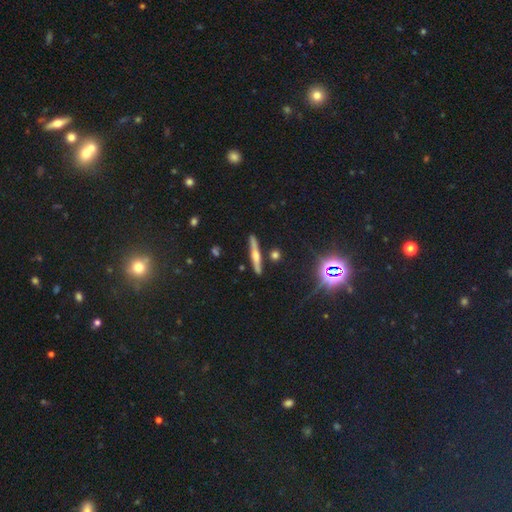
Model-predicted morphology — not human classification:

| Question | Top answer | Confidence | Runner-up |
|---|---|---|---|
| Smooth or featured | featured or disk | 53% | smooth (35%) |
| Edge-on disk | yes | 95% | no (5%) |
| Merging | none | 86% | minor disturbance (9%) |